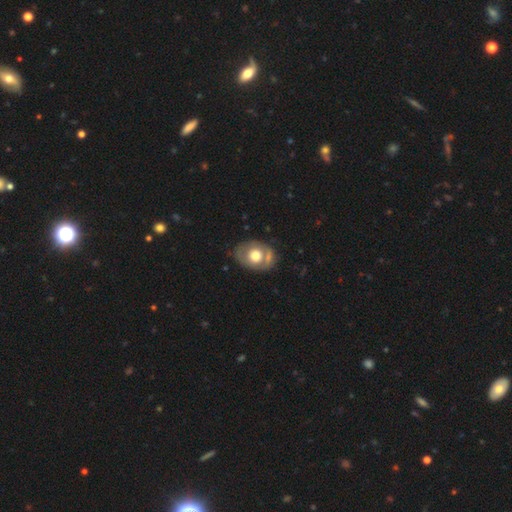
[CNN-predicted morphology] A smooth galaxy with no disk features (53%) that is in between round and cigar-shaped (63%). Merging: none (62%).